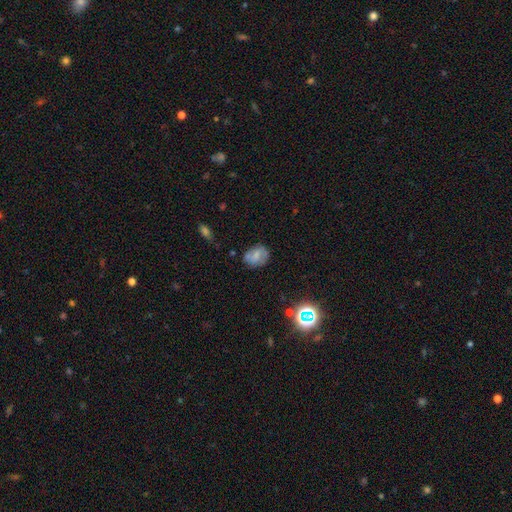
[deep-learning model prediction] Smooth or featured: smooth — 53% (featured or disk — 35%)
How rounded: in between — 59% (round — 40%)
Merging: none — 70% (minor disturbance — 21%)